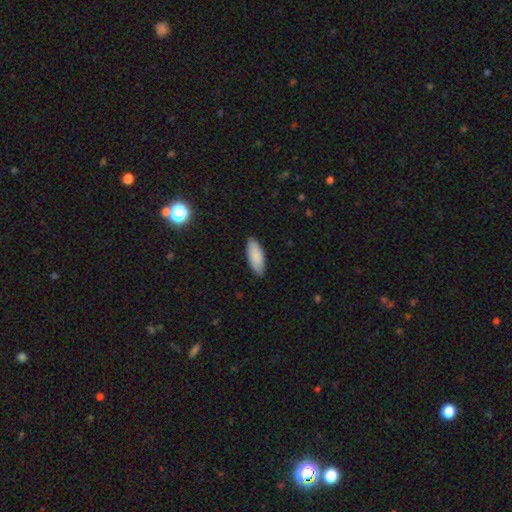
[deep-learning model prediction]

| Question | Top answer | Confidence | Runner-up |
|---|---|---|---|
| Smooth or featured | smooth | 88% | featured or disk (6%) |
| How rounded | in between | 76% | cigar-shaped (23%) |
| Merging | none | 88% | minor disturbance (10%) |